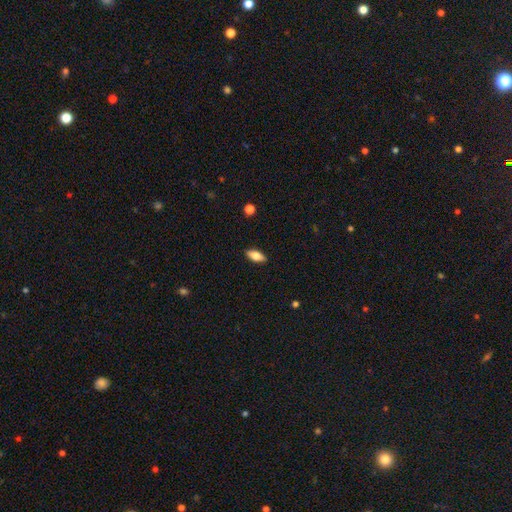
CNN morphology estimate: smooth-or-featured: smooth: 72% | featured or disk: 21% | star or artifact: 7%
  how-rounded: in between: 85% | cigar-shaped: 12% | round: 3%
  merging: none: 89% | minor disturbance: 8% | major disturbance: 2% | merger: 1%